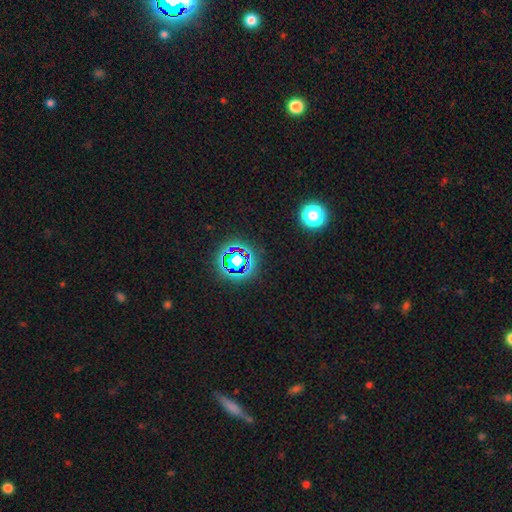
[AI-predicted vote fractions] Smooth or featured? star or artifact (67%)